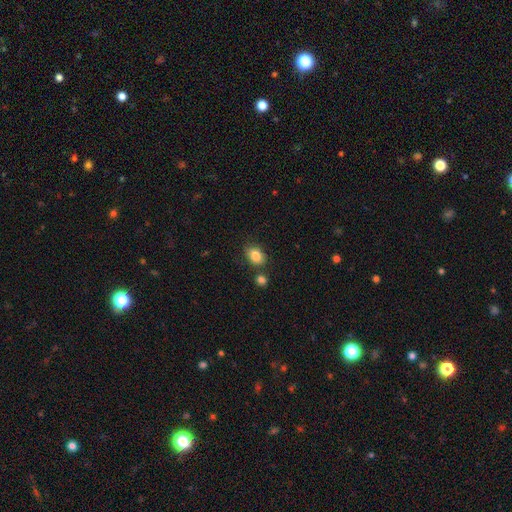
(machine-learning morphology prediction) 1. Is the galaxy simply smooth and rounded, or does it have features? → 85% smooth, 9% star or artifact, 6% featured or disk.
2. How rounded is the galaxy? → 75% in between, 23% round, 1% cigar-shaped.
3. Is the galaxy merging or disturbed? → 74% none, 13% minor disturbance, 10% merger, 3% major disturbance.